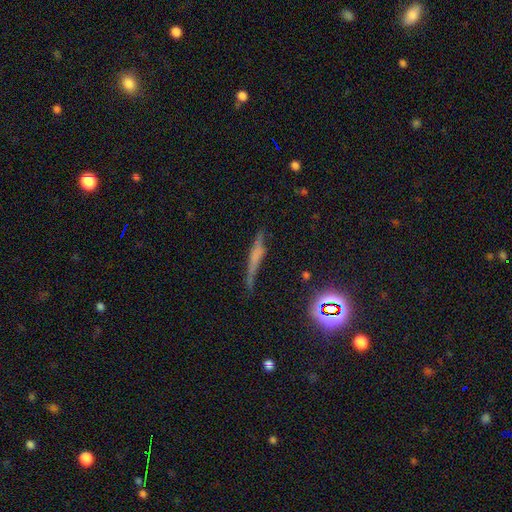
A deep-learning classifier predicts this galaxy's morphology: featured or disk 45%, smooth 37%, star or artifact 18%. Down the decision tree: merging — none (60%).